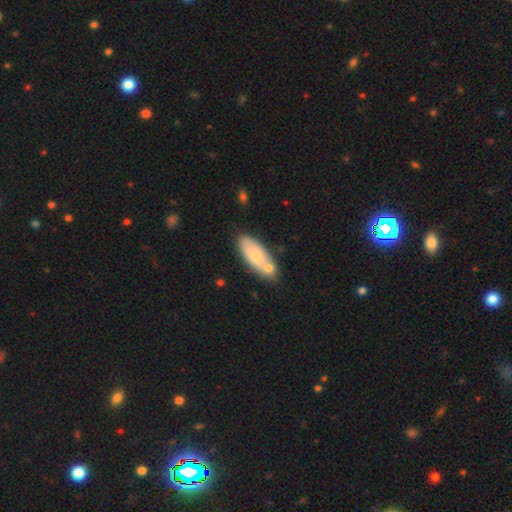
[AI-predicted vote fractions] A smooth galaxy with no disk features (67%) that is in between round and cigar-shaped (75%). Merging: none (60%).